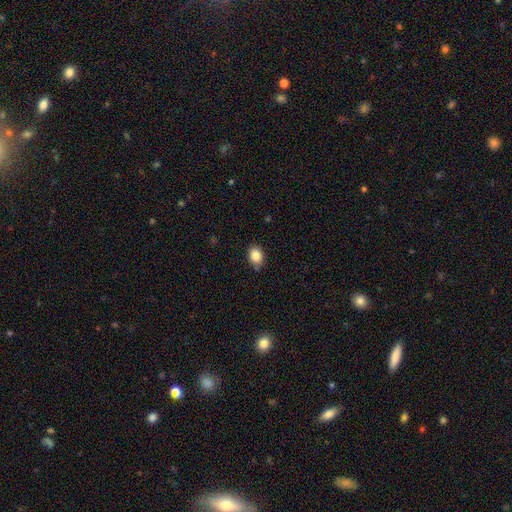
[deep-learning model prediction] smooth 85%, star or artifact 9%, featured or disk 6%. Down the decision tree: how rounded — in between (65%); merging — none (77%).